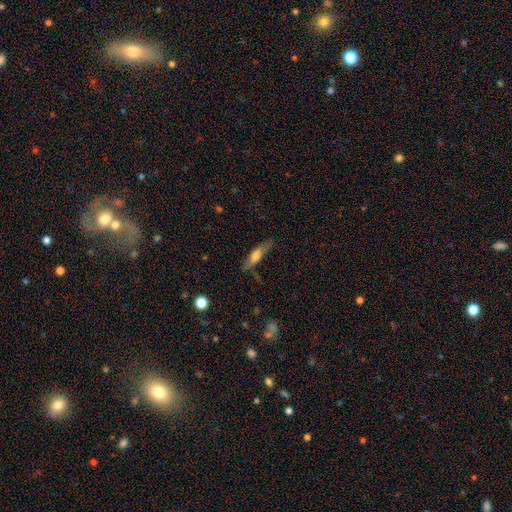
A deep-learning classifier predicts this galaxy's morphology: The model was most divided on "smooth or featured": smooth: 51%, featured or disk: 42%, star or artifact: 7%. More confident: merging — none (72%); how rounded — cigar-shaped (69%).